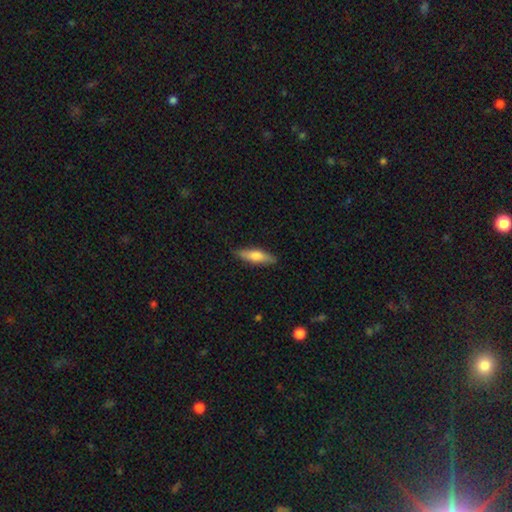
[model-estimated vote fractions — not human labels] Smooth or featured? Predicted: smooth (p=0.65). How rounded? Predicted: cigar-shaped (p=0.62). Merging? Predicted: none (p=0.86).